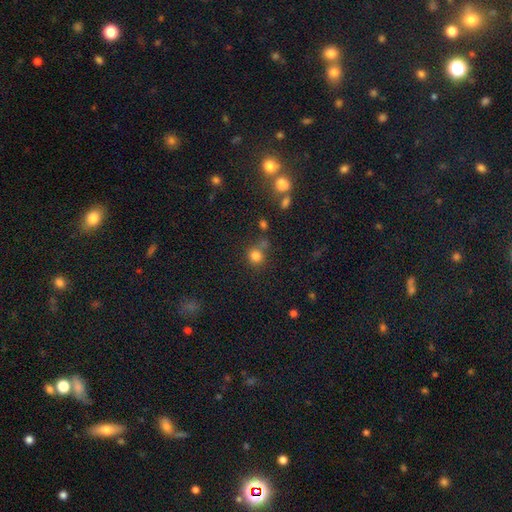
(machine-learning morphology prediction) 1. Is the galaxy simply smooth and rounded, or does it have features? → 80% smooth, 14% star or artifact, 6% featured or disk.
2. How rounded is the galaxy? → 85% round, 14% in between, 1% cigar-shaped.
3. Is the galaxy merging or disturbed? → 64% none, 17% merger, 13% minor disturbance, 6% major disturbance.